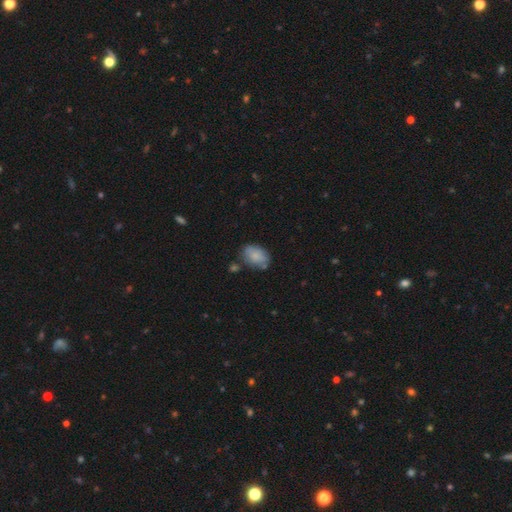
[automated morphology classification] Smooth or featured?
  - smooth: 77% *
  - featured or disk: 16%
  - star or artifact: 7%
How rounded?
  - in between: 83% *
  - round: 16%
  - cigar-shaped: 1%
Merging?
  - none: 61% *
  - minor disturbance: 24%
  - merger: 8%
  - major disturbance: 7%